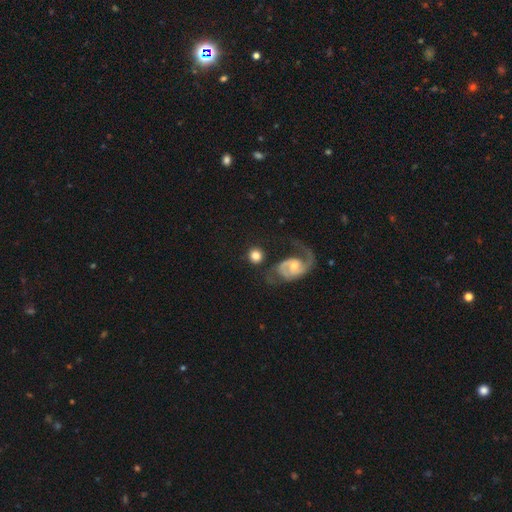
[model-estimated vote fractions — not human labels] This is likely a smooth galaxy (68%). How rounded: clearly round (88%). Merging: likely none (71%).